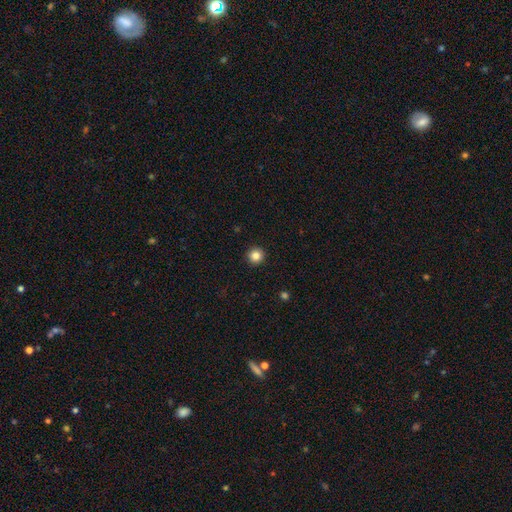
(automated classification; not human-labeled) Smooth or featured: smooth — 84% (star or artifact — 11%)
How rounded: round — 96% (in between — 3%)
Merging: none — 94% (minor disturbance — 4%)